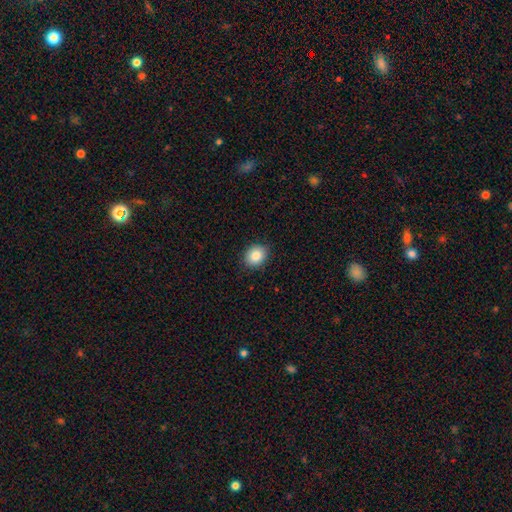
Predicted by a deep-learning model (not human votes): smooth_or_featured: smooth (p=0.86) [alt: star or artifact p=0.08]
how_rounded: round (p=0.59) [alt: in between p=0.40]
merging: none (p=0.88) [alt: minor disturbance p=0.09]